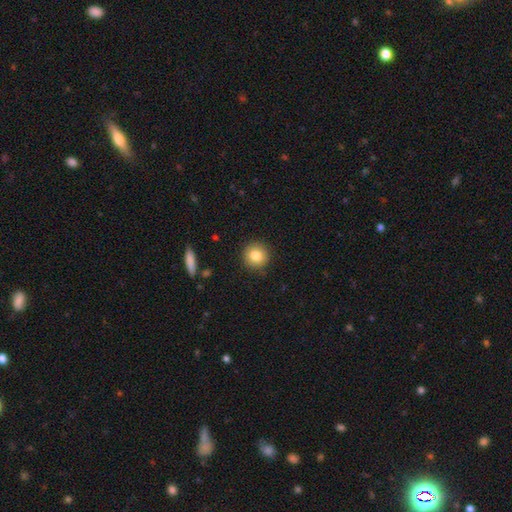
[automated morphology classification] Smooth or featured: smooth — 82% (star or artifact — 9%)
How rounded: round — 93% (in between — 6%)
Merging: none — 90% (minor disturbance — 7%)